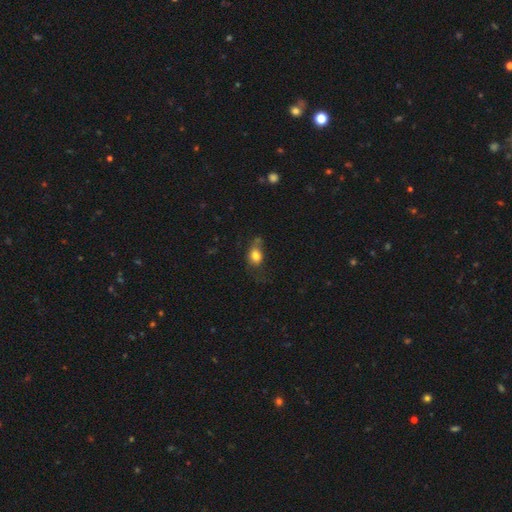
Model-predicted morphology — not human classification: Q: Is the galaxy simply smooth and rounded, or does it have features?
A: smooth — 79%.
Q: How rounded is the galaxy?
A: in between — 64%.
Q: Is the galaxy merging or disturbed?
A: none — 44%.